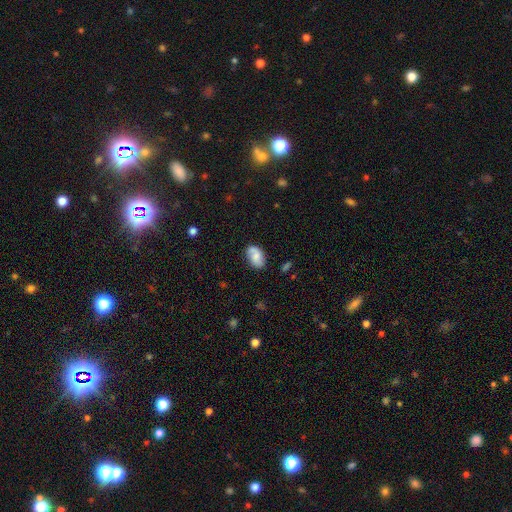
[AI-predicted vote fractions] smooth 54%, featured or disk 38%, star or artifact 8%. Down the decision tree: how rounded — in between (88%); merging — none (76%).